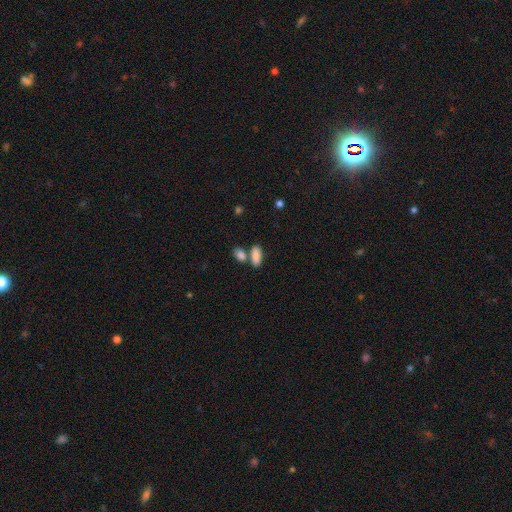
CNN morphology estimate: This is clearly a smooth galaxy (87%). How rounded: clearly in between (87%). Merging: possibly none (53%).